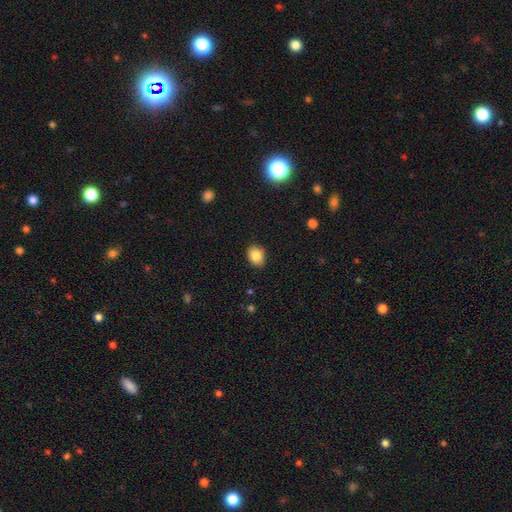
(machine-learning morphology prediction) Smooth or featured?
  - smooth: 85% *
  - star or artifact: 9%
  - featured or disk: 6%
How rounded?
  - in between: 58% *
  - round: 41%
  - cigar-shaped: 1%
Merging?
  - none: 86% *
  - minor disturbance: 10%
  - major disturbance: 2%
  - merger: 1%